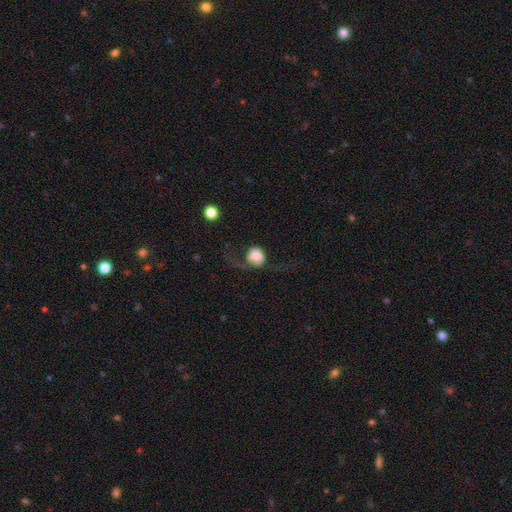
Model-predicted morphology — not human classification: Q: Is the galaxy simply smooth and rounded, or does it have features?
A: smooth — 69%.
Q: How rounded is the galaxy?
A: round — 77%.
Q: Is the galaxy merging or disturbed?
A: major disturbance — 44%.